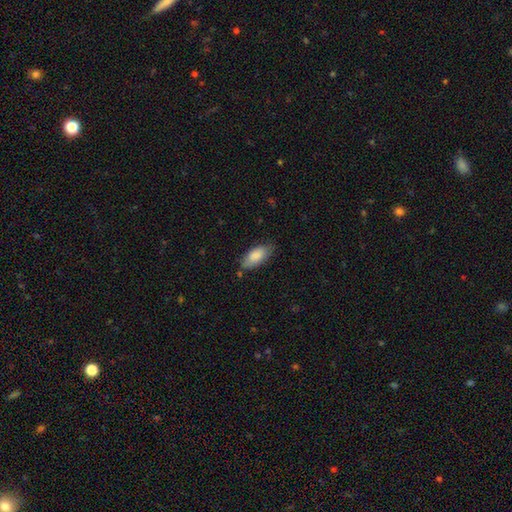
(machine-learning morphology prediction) smooth-or-featured: smooth: 86% | featured or disk: 8% | star or artifact: 6%
  how-rounded: in between: 89% | cigar-shaped: 9% | round: 2%
  merging: none: 71% | minor disturbance: 23% | major disturbance: 4% | merger: 3%